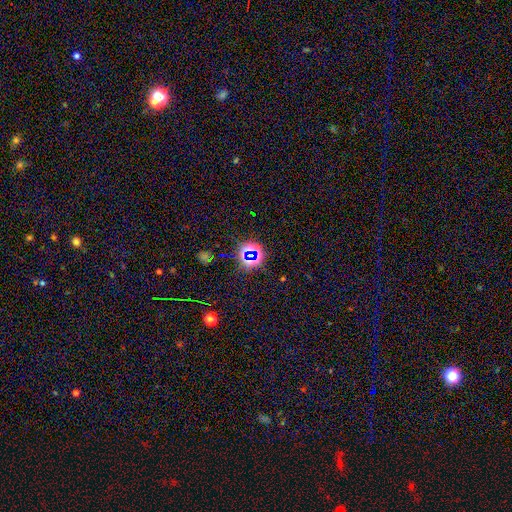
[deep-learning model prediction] Smooth or featured? Predicted: star or artifact (p=0.75).